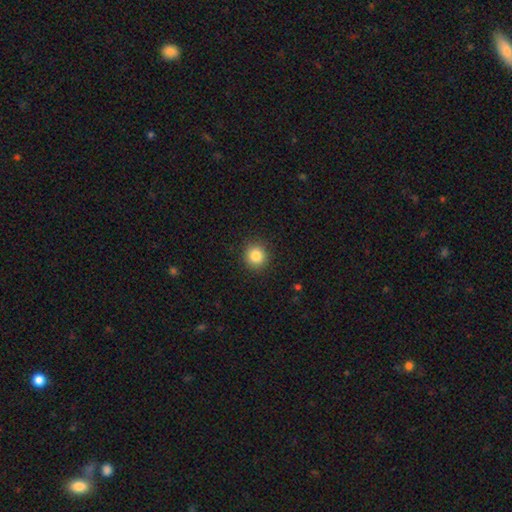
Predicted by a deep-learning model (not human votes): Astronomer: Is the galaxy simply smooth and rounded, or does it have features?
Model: smooth — 85%.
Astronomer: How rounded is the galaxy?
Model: round — 91%.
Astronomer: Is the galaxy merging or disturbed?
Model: none — 91%.